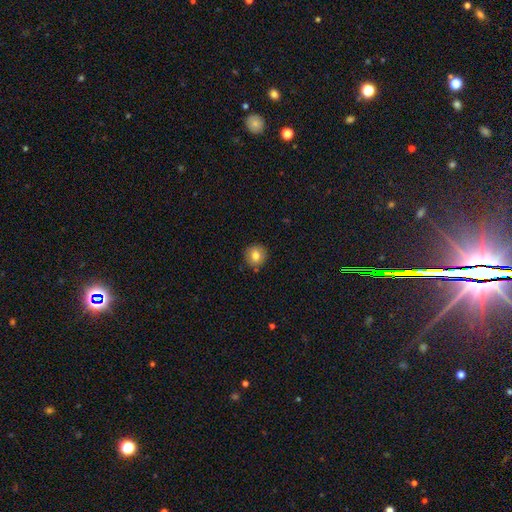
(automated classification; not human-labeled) smooth-or-featured: smooth: 79% | featured or disk: 12% | star or artifact: 9%
  how-rounded: round: 92% | in between: 7% | cigar-shaped: 1%
  merging: none: 88% | minor disturbance: 8% | major disturbance: 2% | merger: 2%